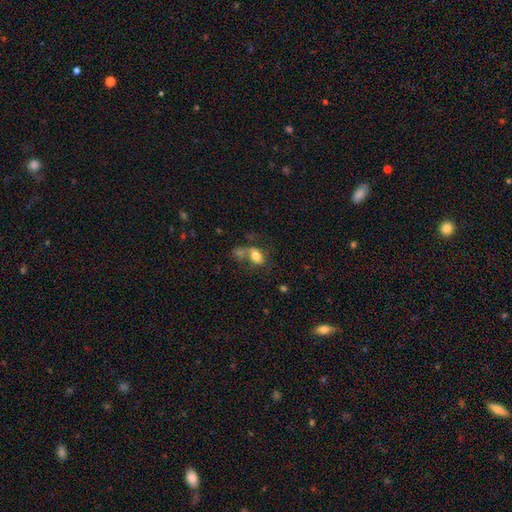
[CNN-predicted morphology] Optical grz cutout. It shows a smooth galaxy with no disk features (71%) that is in between round and cigar-shaped (79%). Merging: merger (32%).